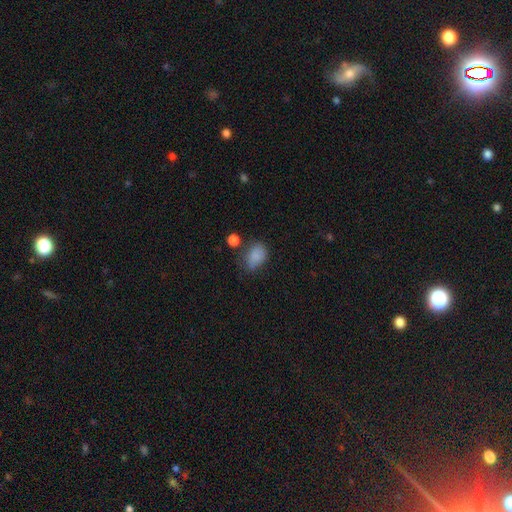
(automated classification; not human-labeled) Smooth or featured? smooth (82%)
How rounded? in between (76%)
Merging? none (53%)